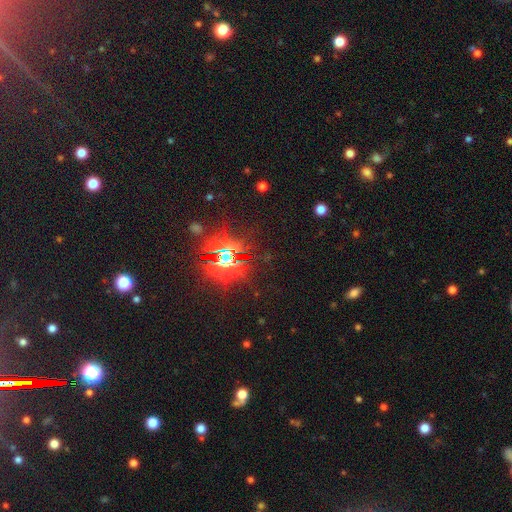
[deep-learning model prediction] Smooth or featured? Predicted: star or artifact (p=0.82).